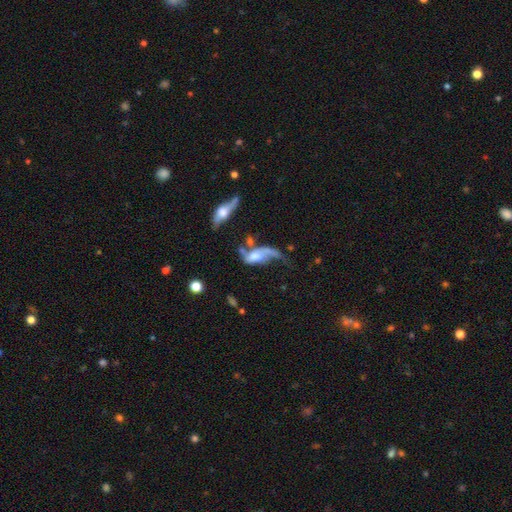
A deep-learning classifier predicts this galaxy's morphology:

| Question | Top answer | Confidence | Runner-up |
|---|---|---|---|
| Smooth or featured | featured or disk | 68% | smooth (23%) |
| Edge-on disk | no | 89% | yes (11%) |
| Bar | no | 59% | weak (31%) |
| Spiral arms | yes | 74% | no (26%) |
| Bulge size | moderate | 41% | large (21%) |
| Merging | major disturbance | 38% | merger (30%) |